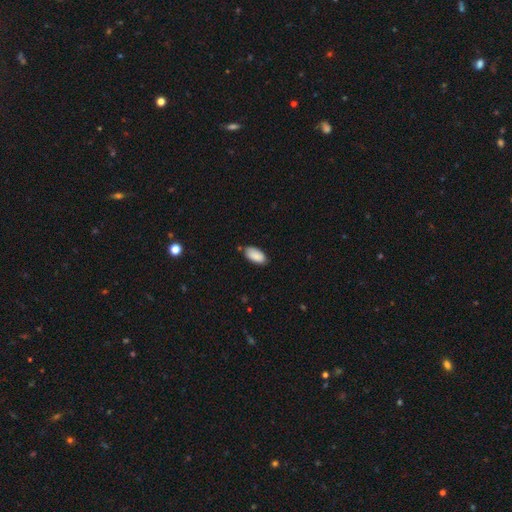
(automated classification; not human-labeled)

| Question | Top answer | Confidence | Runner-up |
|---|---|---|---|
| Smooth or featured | smooth | 89% | star or artifact (6%) |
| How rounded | in between | 94% | cigar-shaped (4%) |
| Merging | none | 76% | minor disturbance (19%) |